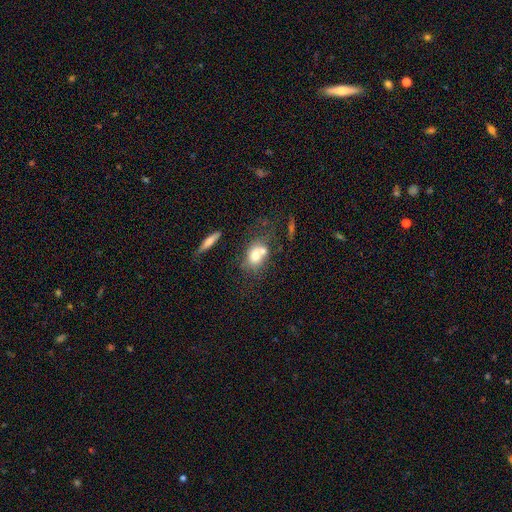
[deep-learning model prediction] smooth_or_featured: smooth (p=0.66) [alt: featured or disk p=0.23]
how_rounded: in between (p=0.60) [alt: round p=0.37]
merging: merger (p=0.45) [alt: none p=0.33]